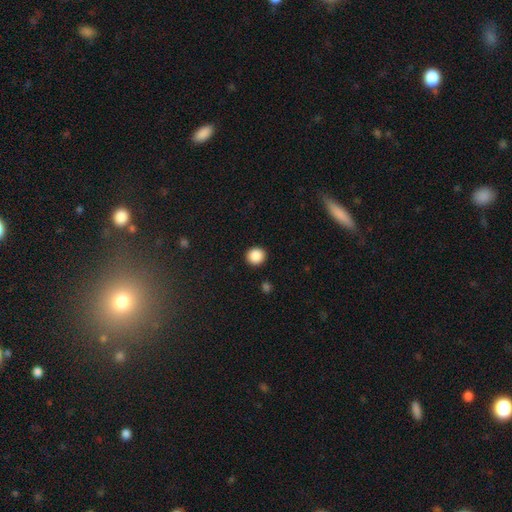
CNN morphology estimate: type=smooth (88%); roundness=round (92%); merging=none (92%).